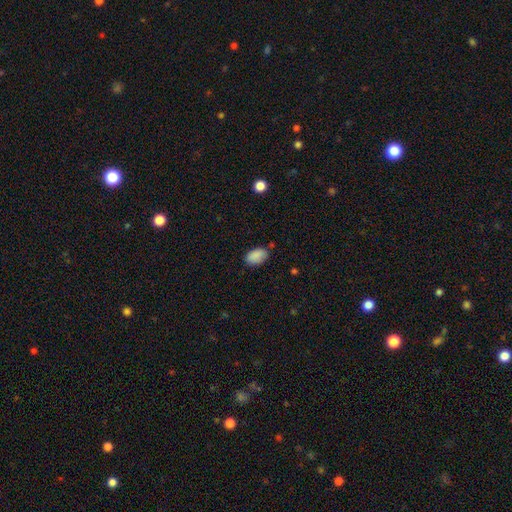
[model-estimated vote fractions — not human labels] Smooth or featured?
  - smooth: 88% *
  - star or artifact: 7%
  - featured or disk: 4%
How rounded?
  - in between: 92% *
  - round: 7%
  - cigar-shaped: 1%
Merging?
  - none: 78% *
  - minor disturbance: 17%
  - major disturbance: 3%
  - merger: 3%